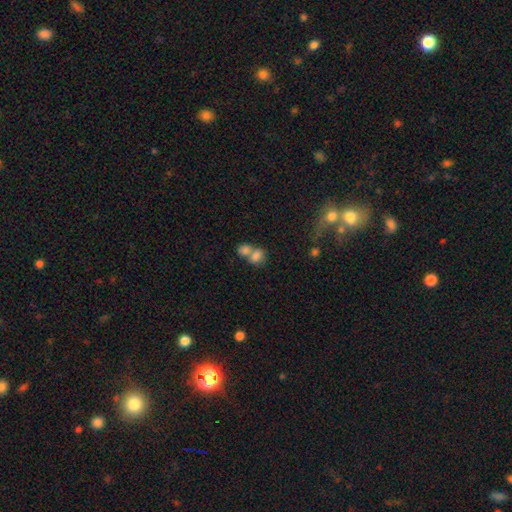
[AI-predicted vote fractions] Smooth or featured? smooth (79%)
How rounded? in between (64%)
Merging? merger (65%)